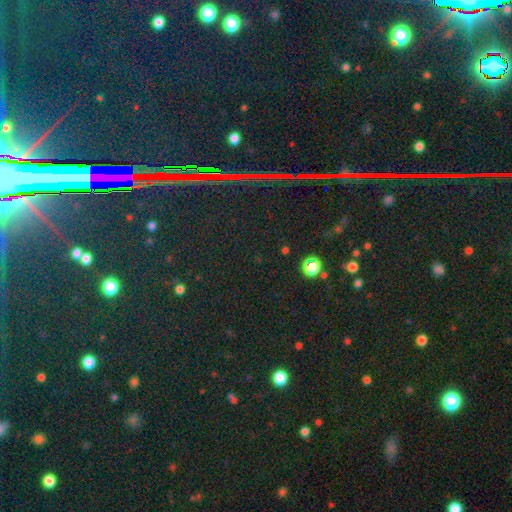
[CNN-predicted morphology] Q: Smooth or featured?
A: star or artifact (83%); runner-up: smooth (10%)